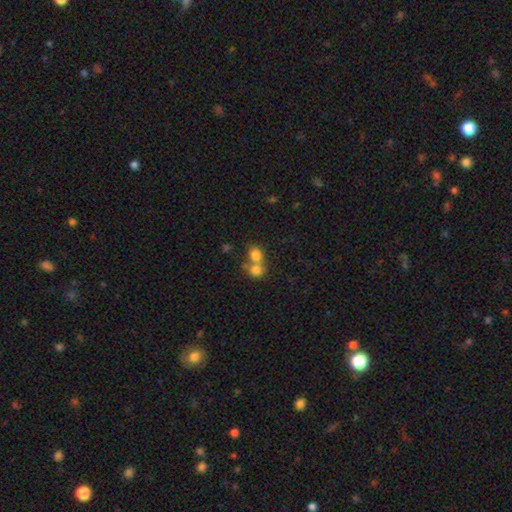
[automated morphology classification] smooth 77%, star or artifact 12%, featured or disk 11%. Down the decision tree: how rounded — round (67%); merging — merger (57%).